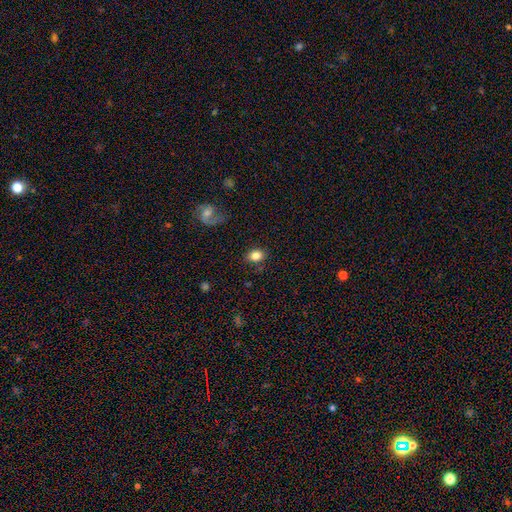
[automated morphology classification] Smooth or featured?
  - smooth: 82% *
  - featured or disk: 9%
  - star or artifact: 9%
How rounded?
  - in between: 67% *
  - round: 32%
  - cigar-shaped: 1%
Merging?
  - none: 83% *
  - minor disturbance: 11%
  - major disturbance: 4%
  - merger: 2%